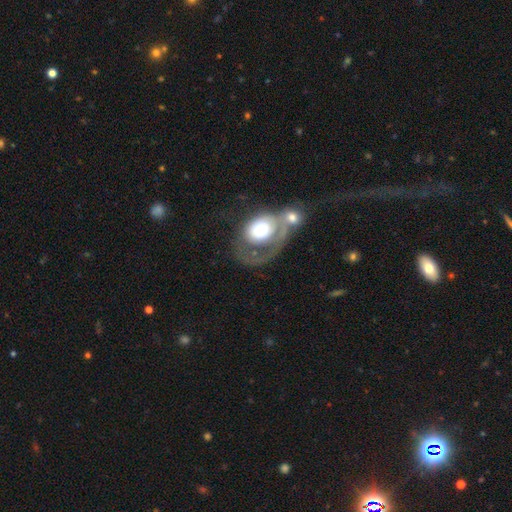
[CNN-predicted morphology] This appears to be a featured or disk galaxy (55%) with no bar (83%), no spiral arms (57%) and a moderate central bulge (52%). Merging: merger (42%).